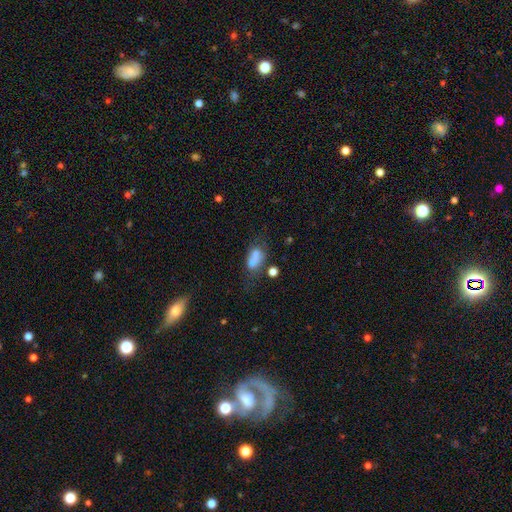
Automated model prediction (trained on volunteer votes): Overall: smooth (60%; featured or disk 24%). How rounded: in between (71%). Merging: merger (43%; none 31%).